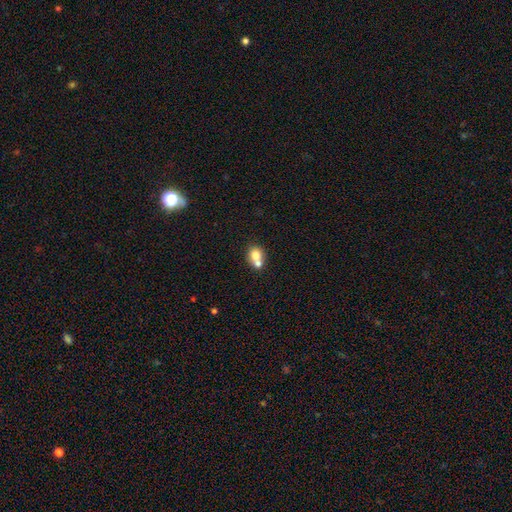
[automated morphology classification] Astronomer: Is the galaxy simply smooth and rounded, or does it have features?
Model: smooth — 75%.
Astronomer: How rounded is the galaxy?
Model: round — 72%.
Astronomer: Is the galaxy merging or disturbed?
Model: merger — 55% (runner-up: none, 36%).